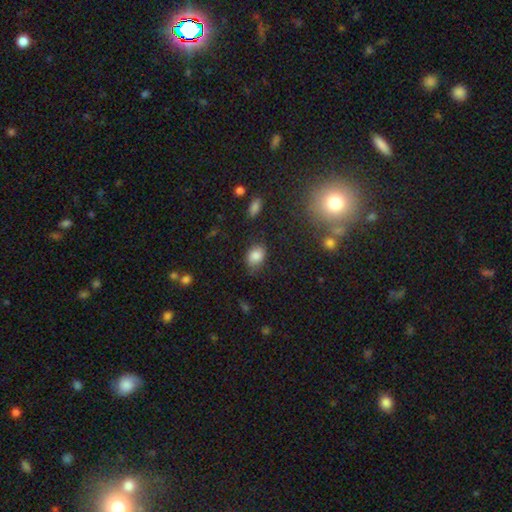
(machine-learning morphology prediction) smooth 84%, star or artifact 10%, featured or disk 6%. Down the decision tree: how rounded — in between (72%); merging — none (71%).